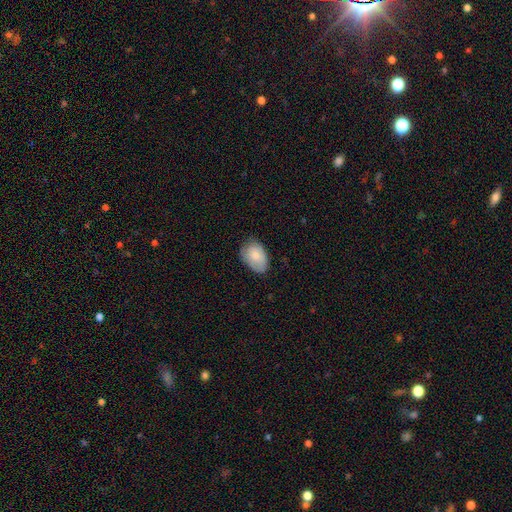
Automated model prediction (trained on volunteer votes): Smooth or featured? smooth (79%)
How rounded? in between (87%)
Merging? none (68%)